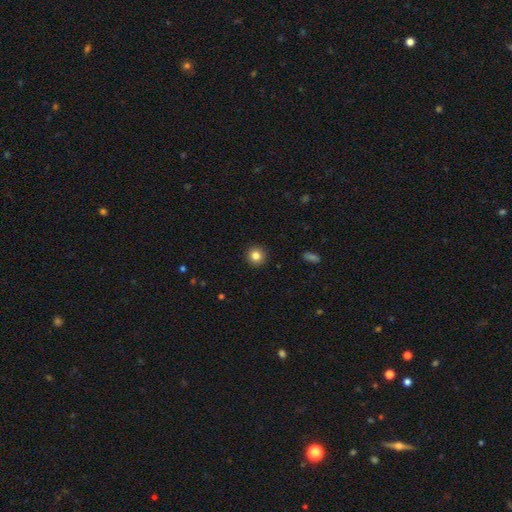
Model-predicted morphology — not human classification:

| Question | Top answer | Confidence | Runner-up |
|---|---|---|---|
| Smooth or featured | smooth | 83% | star or artifact (11%) |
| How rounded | round | 95% | in between (4%) |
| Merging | none | 93% | minor disturbance (4%) |